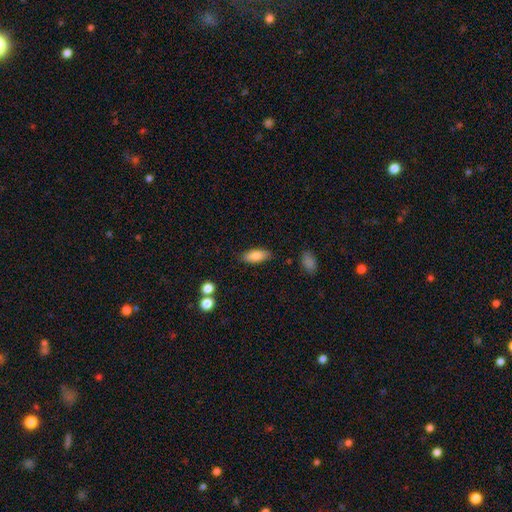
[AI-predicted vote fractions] A smooth galaxy with no disk features (84%) that is in between round and cigar-shaped (82%). Merging: none (84%).